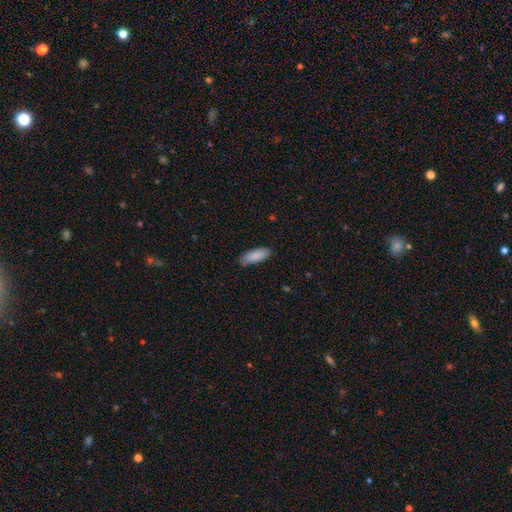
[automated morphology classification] Q: Smooth or featured?
A: smooth (87%); runner-up: featured or disk (8%)
Q: How rounded?
A: in between (73%); runner-up: cigar-shaped (25%)
Q: Merging?
A: none (83%); runner-up: minor disturbance (14%)